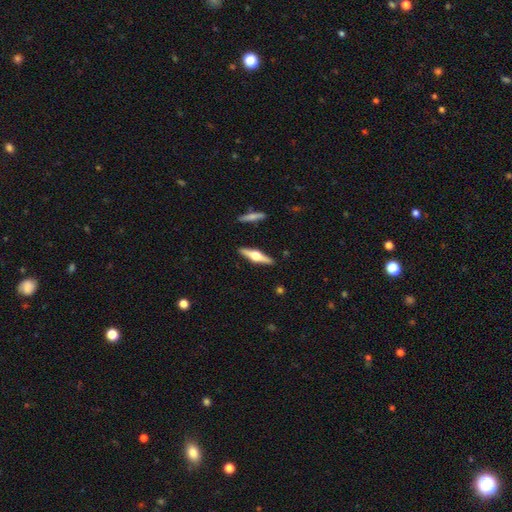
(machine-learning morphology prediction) A featured or disk galaxy (73%) viewed edge-on (97%) with a rounded central bulge (95%).

Vote fractions:
- Smooth or featured? featured or disk: 73% / smooth: 22% / star or artifact: 5%
- Edge-on disk? yes: 97% / no: 3%
- Edge-on bulge? rounded: 95% / boxy: 3% / none: 1%
- Merging? none: 90% / minor disturbance: 7% / merger: 2% / major disturbance: 2%